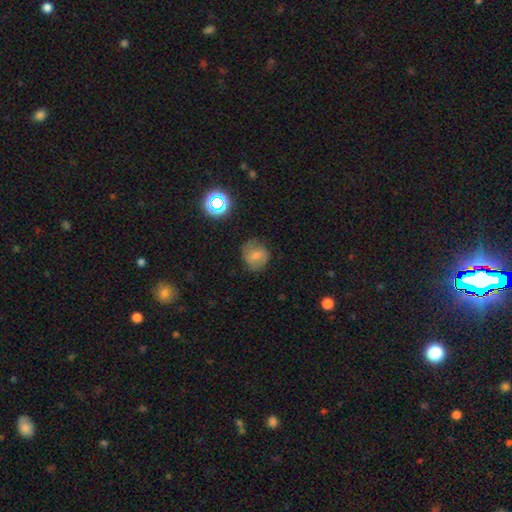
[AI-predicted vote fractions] A smooth galaxy with no disk features (63%) that is round (78%).

Vote fractions:
- Smooth or featured? smooth: 63% / featured or disk: 24% / star or artifact: 14%
- How rounded? round: 78% / in between: 21% / cigar-shaped: 1%
- Merging? none: 66% / minor disturbance: 24% / major disturbance: 9% / merger: 2%